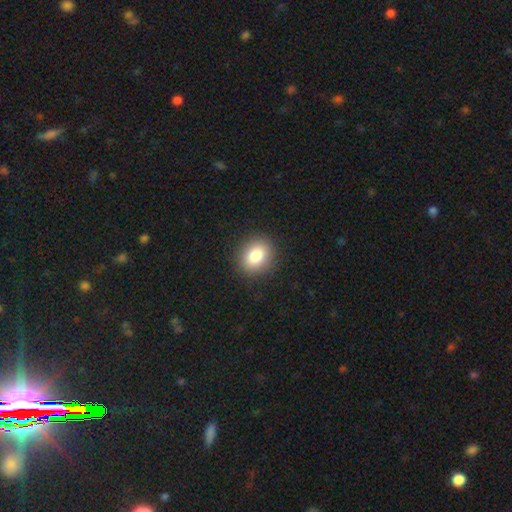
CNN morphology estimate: The model was most divided on "how rounded": round: 63%, in between: 36%, cigar-shaped: 1%. More confident: merging — none (90%); smooth or featured — smooth (83%).